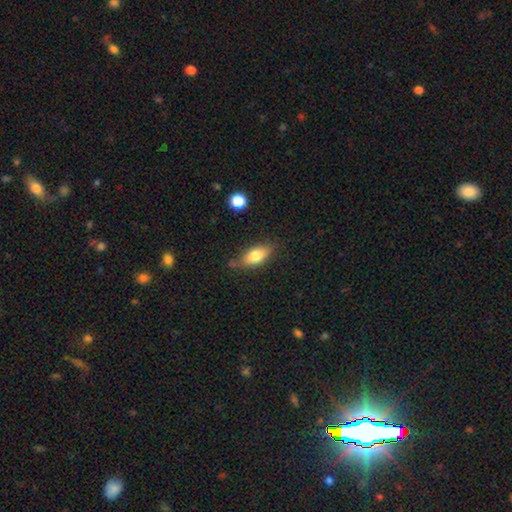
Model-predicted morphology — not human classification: Smooth or featured? Predicted: smooth (p=0.76). How rounded? Predicted: in between (p=0.82). Merging? Predicted: none (p=0.69).